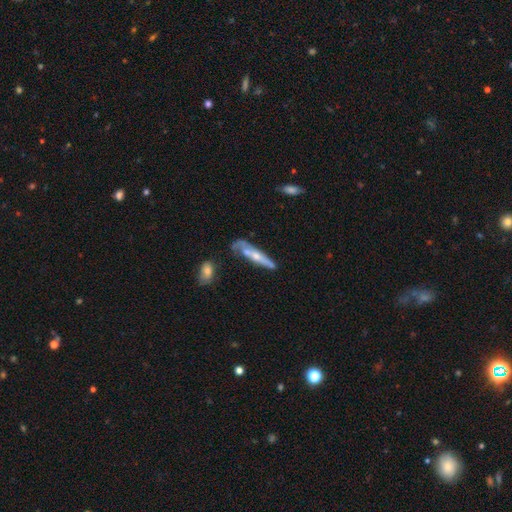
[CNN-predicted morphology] This is possibly a featured or disk galaxy (59%). It is likely viewed edge-on (71%). Merging: marginally none (43%).